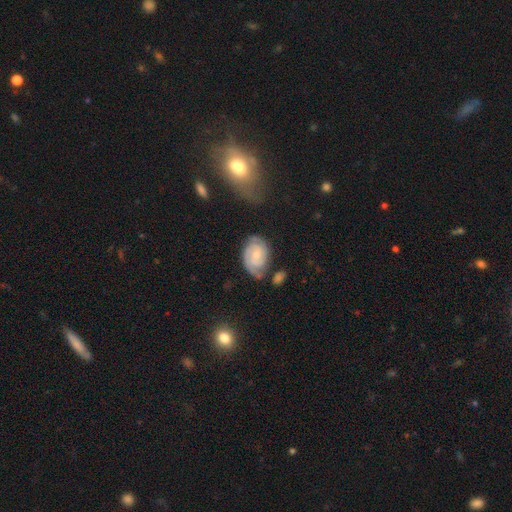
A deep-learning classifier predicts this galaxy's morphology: featured or disk 78%, smooth 16%, star or artifact 6%. Down the decision tree: edge-on disk — no (97%); bar — no (57%); spiral arms — yes (95%); spiral arm count — 2 (65%); spiral winding — tight (66%); bulge size — small (61%); merging — none (63%).